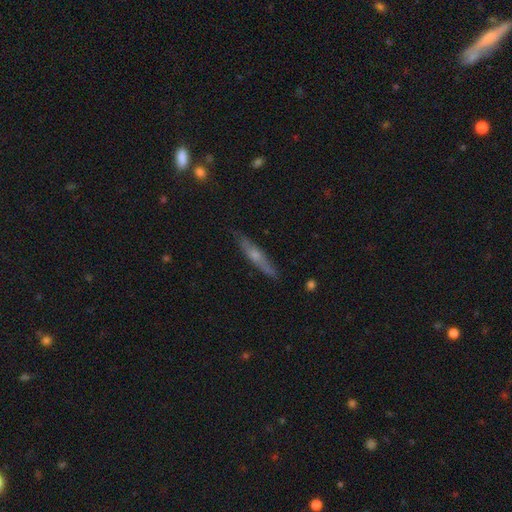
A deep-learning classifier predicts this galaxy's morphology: smooth-or-featured: featured or disk: 60% | smooth: 34% | star or artifact: 7%
  disk-edge-on: yes: 91% | no: 9%
    edge-on-bulge: rounded: 75% | none: 20% | boxy: 5%
  merging: none: 84% | minor disturbance: 13% | major disturbance: 2% | merger: 1%